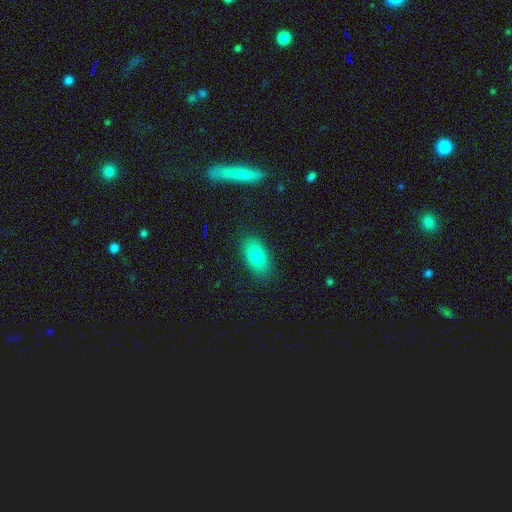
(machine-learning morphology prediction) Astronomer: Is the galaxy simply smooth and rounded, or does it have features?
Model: smooth — 80%.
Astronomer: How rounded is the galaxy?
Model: in between — 91%.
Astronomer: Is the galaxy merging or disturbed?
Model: none — 86%.